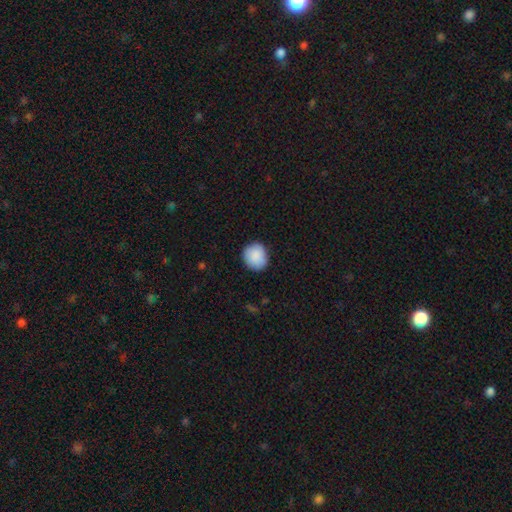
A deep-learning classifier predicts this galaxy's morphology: Smooth or featured: smooth — 89% (star or artifact — 7%)
How rounded: round — 81% (in between — 18%)
Merging: none — 86% (minor disturbance — 11%)